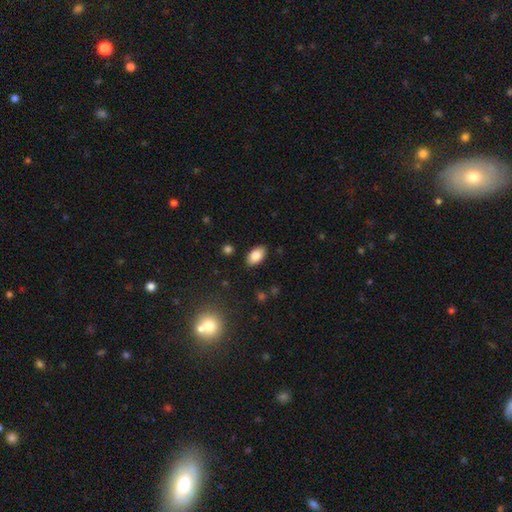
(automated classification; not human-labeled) Smooth or featured? smooth (83%)
How rounded? in between (93%)
Merging? none (87%)